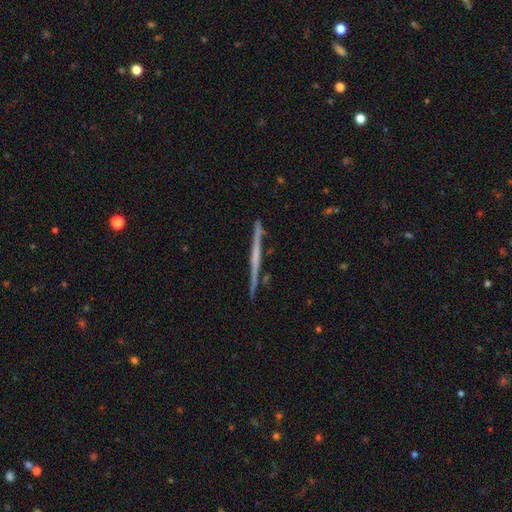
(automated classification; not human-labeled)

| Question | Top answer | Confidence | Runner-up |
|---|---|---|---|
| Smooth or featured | featured or disk | 67% | smooth (27%) |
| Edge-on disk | yes | 98% | no (2%) |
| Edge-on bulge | none | 80% | rounded (14%) |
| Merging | none | 91% | minor disturbance (6%) |